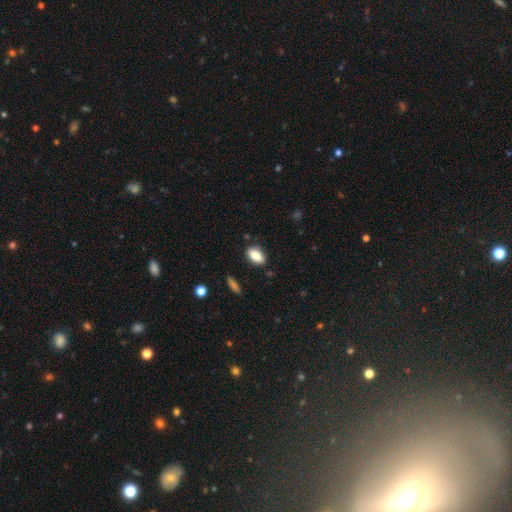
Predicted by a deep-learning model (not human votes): Smooth or featured?
  - smooth: 82% *
  - featured or disk: 10%
  - star or artifact: 8%
How rounded?
  - in between: 87% *
  - cigar-shaped: 8%
  - round: 5%
Merging?
  - none: 85% *
  - minor disturbance: 11%
  - major disturbance: 3%
  - merger: 2%